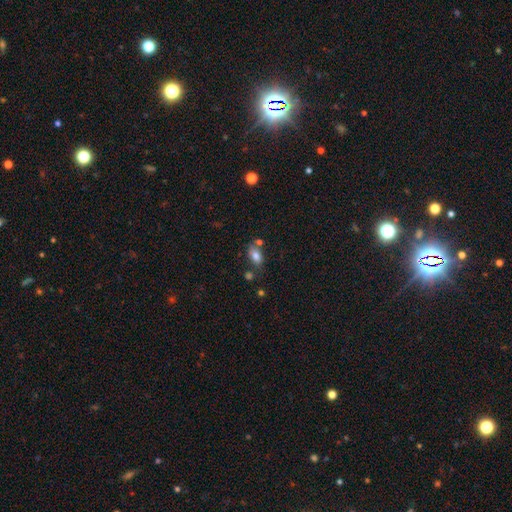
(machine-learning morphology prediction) Q: Smooth or featured?
A: smooth (78%); runner-up: featured or disk (13%)
Q: How rounded?
A: in between (89%); runner-up: round (7%)
Q: Merging?
A: none (62%); runner-up: minor disturbance (17%)